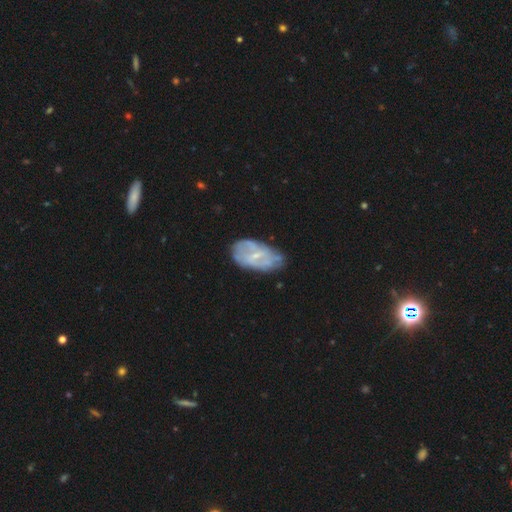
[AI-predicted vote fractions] The model was most divided on "spiral arms": no: 52%, yes: 48%. Remaining: edge-on disk — no (95%); bulge size — small (68%); smooth or featured — featured or disk (61%); merging — none (52%); bar — weak (45%).